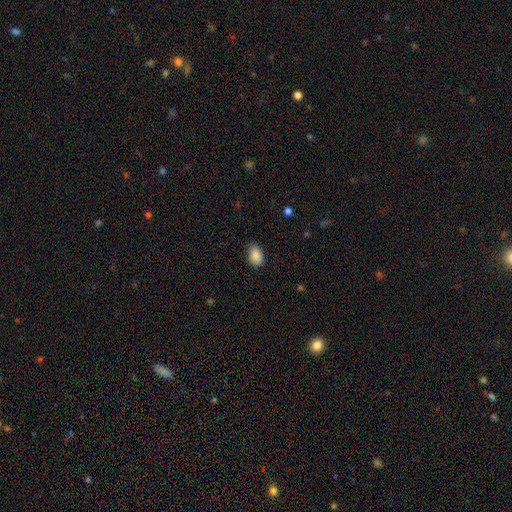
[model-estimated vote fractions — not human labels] Smooth or featured?
  - smooth: 88% *
  - star or artifact: 8%
  - featured or disk: 4%
How rounded?
  - in between: 89% *
  - round: 9%
  - cigar-shaped: 1%
Merging?
  - none: 81% *
  - minor disturbance: 15%
  - major disturbance: 3%
  - merger: 1%